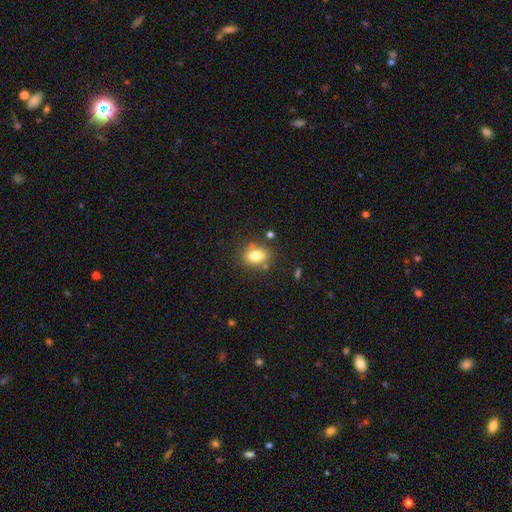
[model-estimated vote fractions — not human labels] The model was most divided on "how rounded": in between: 65%, round: 33%, cigar-shaped: 1%. More confident: smooth or featured — smooth (80%); merging — none (76%).